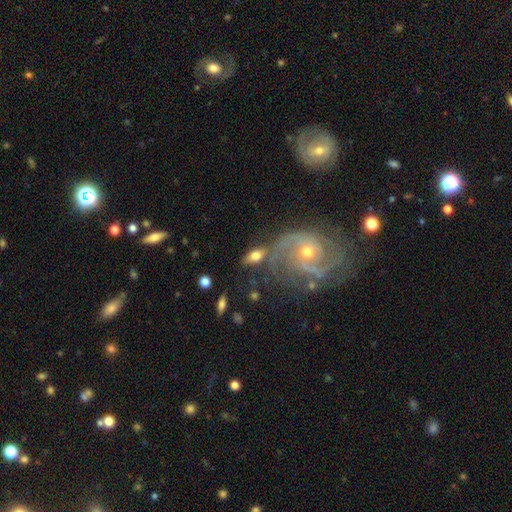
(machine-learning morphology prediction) type=smooth (51%); roundness=in between (84%); merging=none (55%).